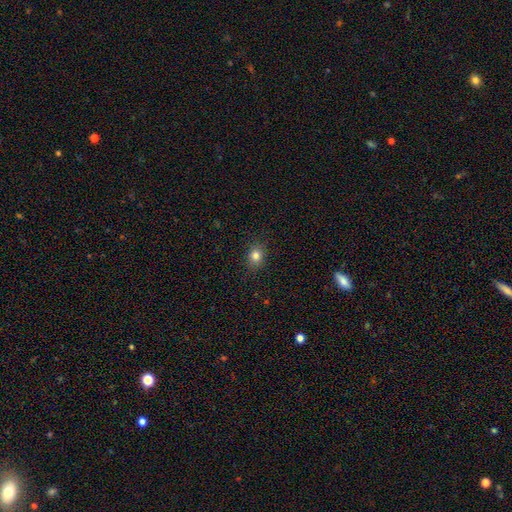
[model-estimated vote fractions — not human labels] Morphology: type=smooth (81%); roundness=round (57%); merging=none (88%).